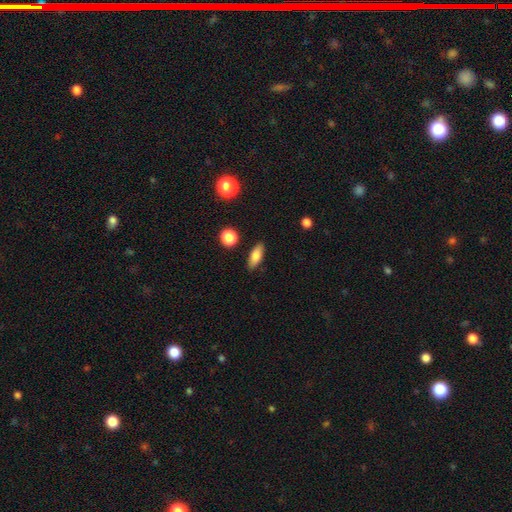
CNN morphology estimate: Q: Smooth or featured?
A: smooth (79%); runner-up: featured or disk (13%)
Q: How rounded?
A: in between (73%); runner-up: cigar-shaped (23%)
Q: Merging?
A: none (87%); runner-up: minor disturbance (9%)